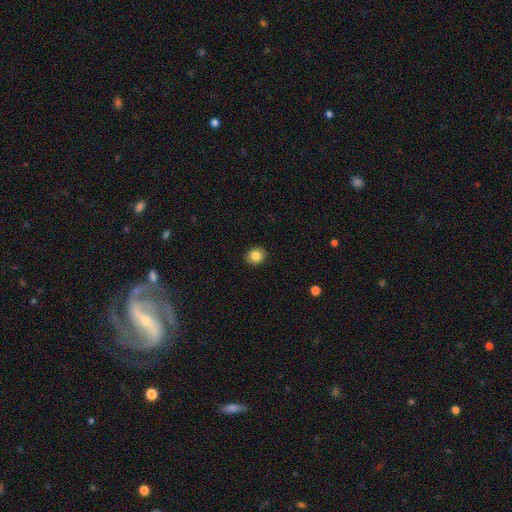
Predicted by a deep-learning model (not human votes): Q: Smooth or featured?
A: smooth (84%); runner-up: star or artifact (9%)
Q: How rounded?
A: round (66%); runner-up: in between (33%)
Q: Merging?
A: none (91%); runner-up: minor disturbance (7%)